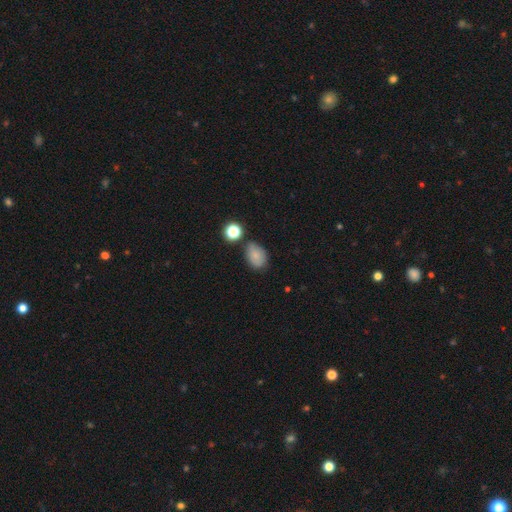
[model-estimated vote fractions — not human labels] This appears to be a smooth galaxy with no disk features (79%) that is in between round and cigar-shaped (79%). Merging: none (66%).